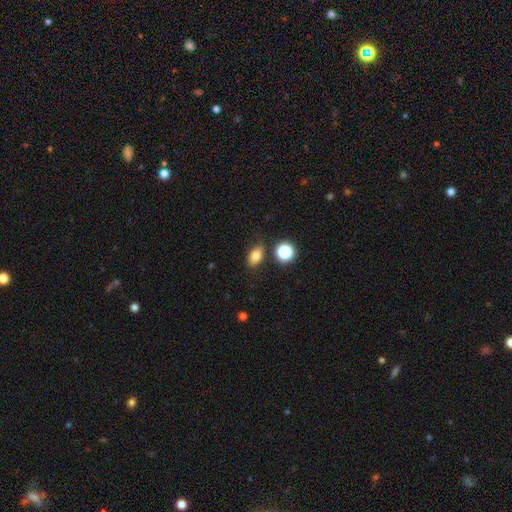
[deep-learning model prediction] Smooth or featured? Predicted: smooth (p=0.77). How rounded? Predicted: in between (p=0.79). Merging? Predicted: none (p=0.81).